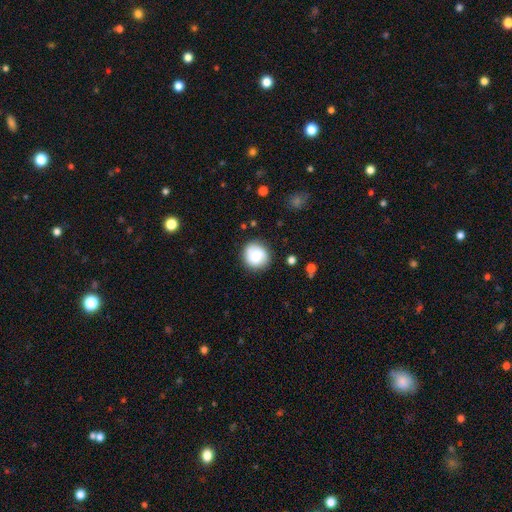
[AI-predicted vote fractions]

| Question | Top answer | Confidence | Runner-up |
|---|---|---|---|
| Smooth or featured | smooth | 66% | featured or disk (25%) |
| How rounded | round | 87% | in between (12%) |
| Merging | none | 83% | minor disturbance (12%) |